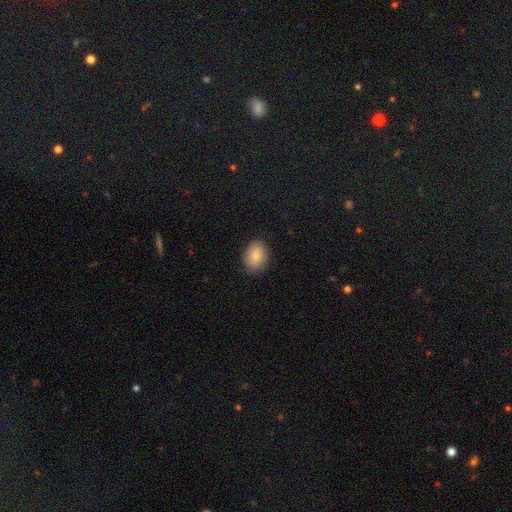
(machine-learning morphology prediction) Smooth or featured: smooth — 85% (featured or disk — 8%)
How rounded: in between — 67% (round — 32%)
Merging: none — 86% (minor disturbance — 11%)